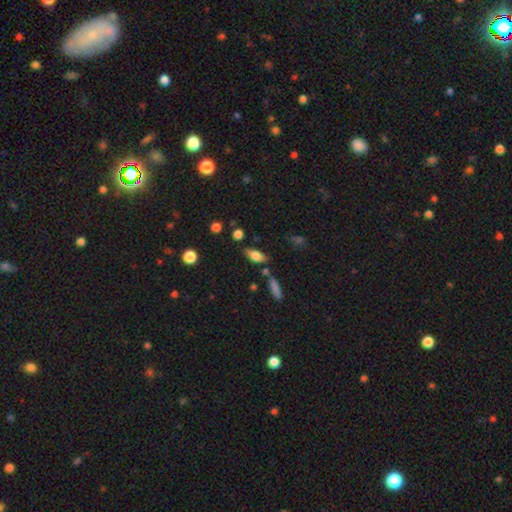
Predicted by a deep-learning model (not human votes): smooth-or-featured: smooth: 74% | featured or disk: 18% | star or artifact: 8%
  how-rounded: in between: 79% | cigar-shaped: 17% | round: 4%
  merging: none: 72% | minor disturbance: 17% | merger: 7% | major disturbance: 4%